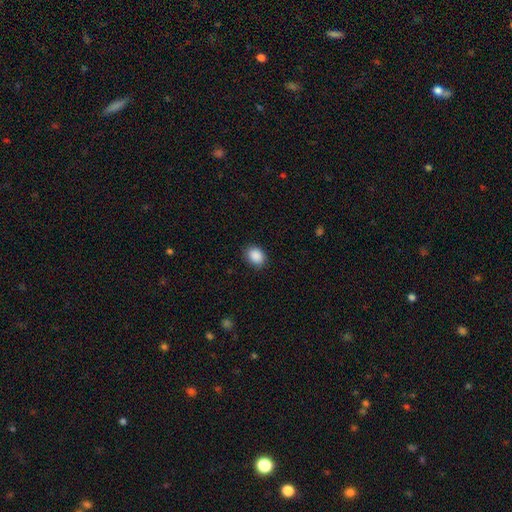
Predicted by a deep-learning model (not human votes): A smooth galaxy with no disk features (90%) that is in between round and cigar-shaped (62%). Merging: none (87%).